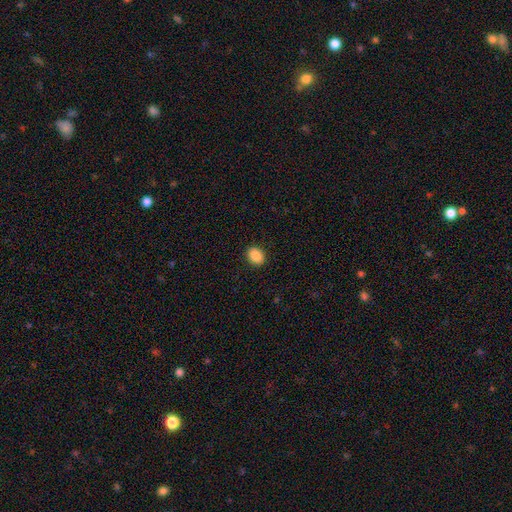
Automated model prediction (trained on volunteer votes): This appears to be a smooth galaxy with no disk features (88%) that is in between round and cigar-shaped (63%). Merging: none (91%).